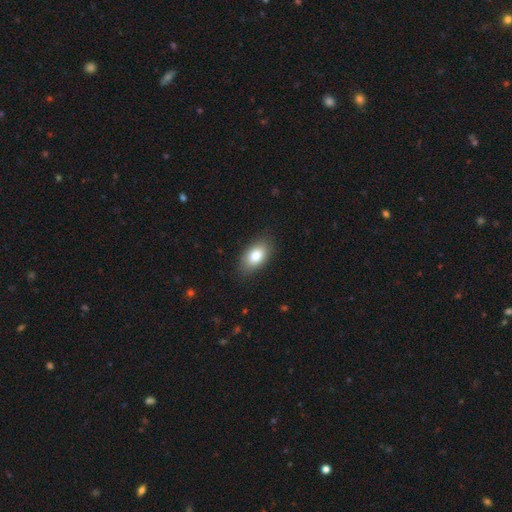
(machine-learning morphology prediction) This appears to be a smooth galaxy with no disk features (84%) that is in between round and cigar-shaped (92%). Merging: none (84%).